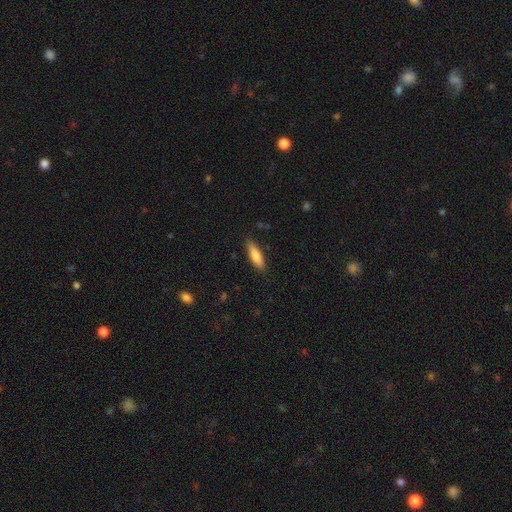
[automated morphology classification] Smooth or featured: smooth — 74% (featured or disk — 20%)
How rounded: cigar-shaped — 60% (in between — 39%)
Merging: none — 86% (minor disturbance — 11%)